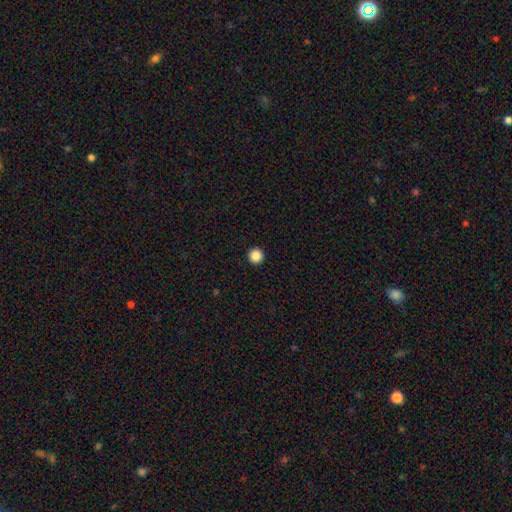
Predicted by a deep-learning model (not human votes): Morphology: type=smooth (87%); roundness=round (97%); merging=none (94%).